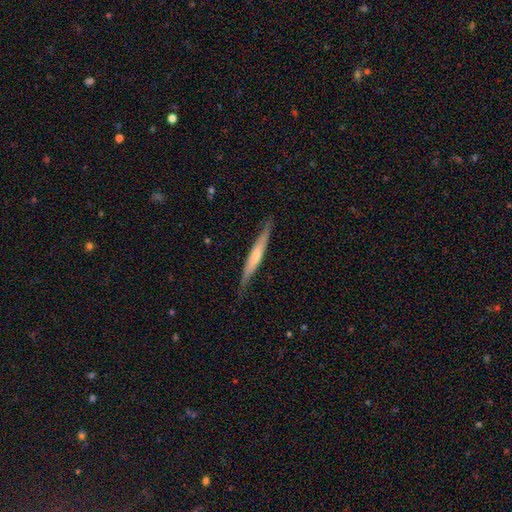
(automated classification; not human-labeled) Smooth or featured: featured or disk — 50% (smooth — 45%)
Edge-on disk: yes — 92% (no — 8%)
Merging: none — 80% (minor disturbance — 16%)